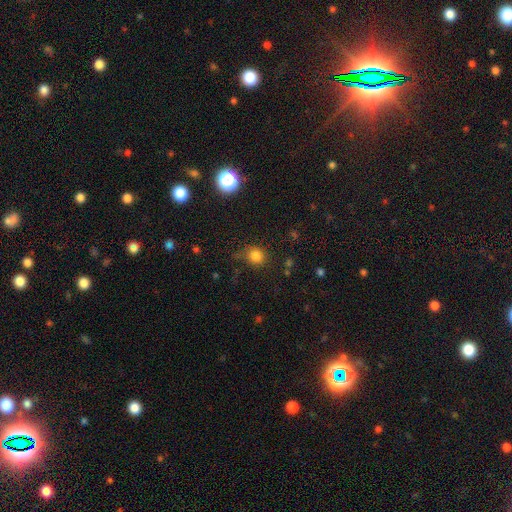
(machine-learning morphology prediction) A smooth galaxy with no disk features (80%) that is round (82%).

Vote fractions:
- Smooth or featured? smooth: 80% / star or artifact: 15% / featured or disk: 6%
- How rounded? round: 82% / in between: 17% / cigar-shaped: 1%
- Merging? none: 74% / minor disturbance: 17% / major disturbance: 6% / merger: 3%